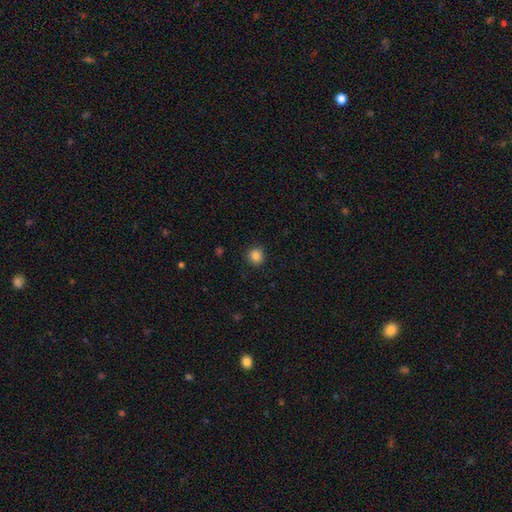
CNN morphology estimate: Smooth or featured? Predicted: smooth (p=0.85). How rounded? Predicted: round (p=0.88). Merging? Predicted: none (p=0.88).